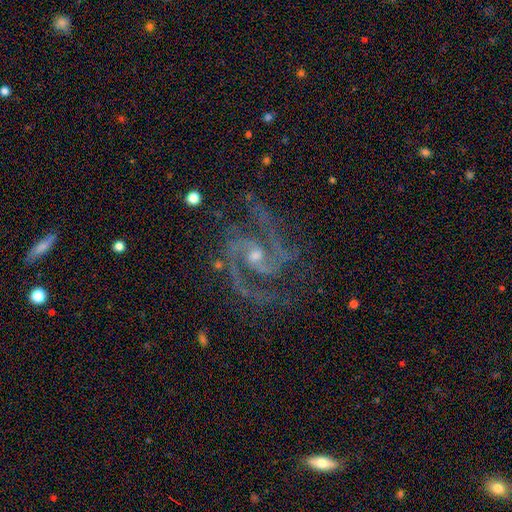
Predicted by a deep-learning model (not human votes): Overall: featured or disk (92%). Edge-on disk: no (98%). Bar: no (45%; weak 43%). Spiral arms: yes (98%). Spiral arm count: 2 (72%). Spiral winding: medium (63%). Bulge size: small (51%; moderate 43%). Merging: none (68%).